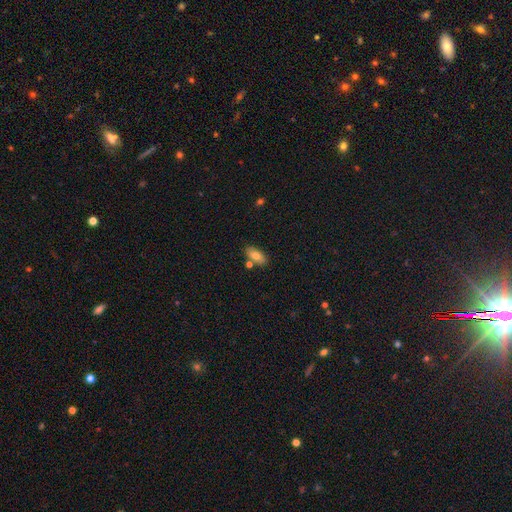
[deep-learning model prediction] A smooth galaxy with no disk features (78%) that is in between round and cigar-shaped (88%).

Vote fractions:
- Smooth or featured? smooth: 78% / featured or disk: 15% / star or artifact: 7%
- How rounded? in between: 88% / cigar-shaped: 9% / round: 3%
- Merging? none: 77% / minor disturbance: 12% / merger: 9% / major disturbance: 2%